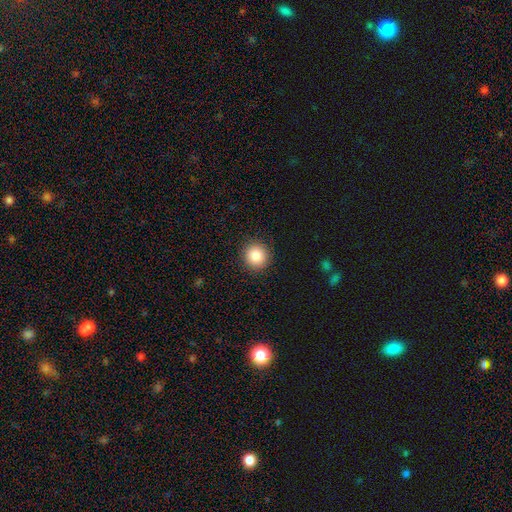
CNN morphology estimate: Smooth or featured: smooth — 86% (star or artifact — 9%)
How rounded: round — 94% (in between — 6%)
Merging: none — 92% (minor disturbance — 5%)